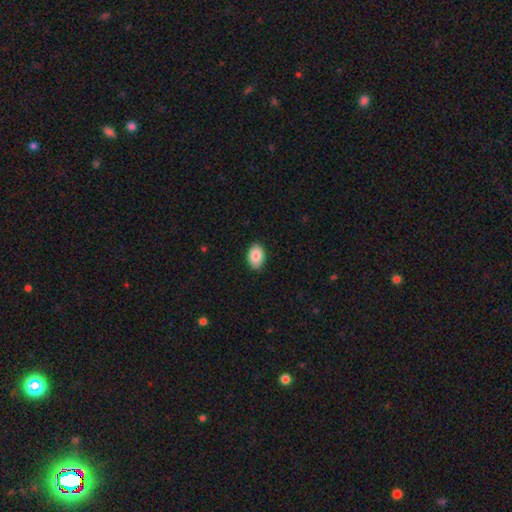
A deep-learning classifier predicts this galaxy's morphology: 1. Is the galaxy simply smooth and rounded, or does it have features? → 86% smooth, 7% star or artifact, 7% featured or disk.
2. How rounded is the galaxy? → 88% in between, 11% round, 1% cigar-shaped.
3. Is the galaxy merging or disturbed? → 88% none, 9% minor disturbance, 2% major disturbance, 1% merger.